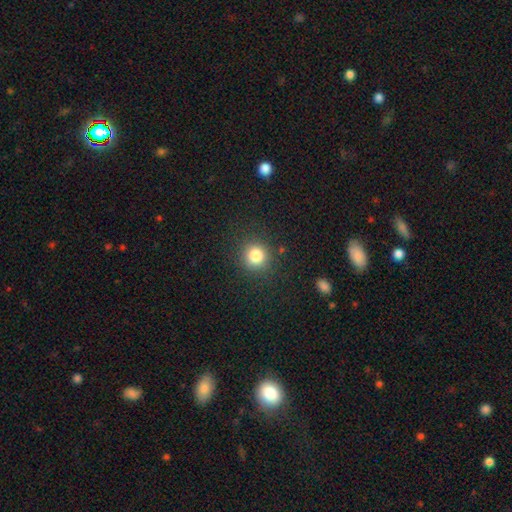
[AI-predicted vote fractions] This is clearly a smooth galaxy (82%). How rounded: clearly round (91%). Merging: clearly none (87%).